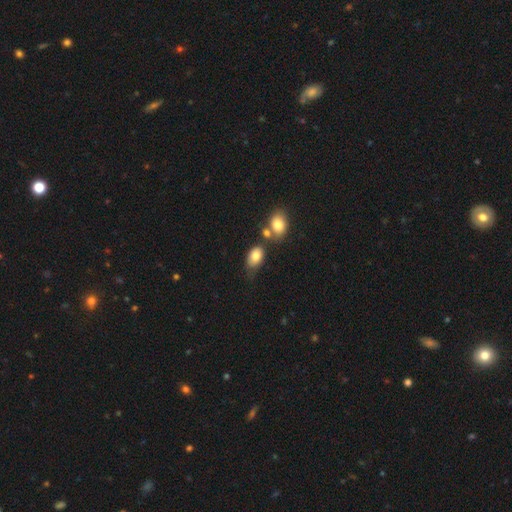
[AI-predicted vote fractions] This appears to be a smooth galaxy with no disk features (81%) that is in between round and cigar-shaped (87%). Merging: none (49%).